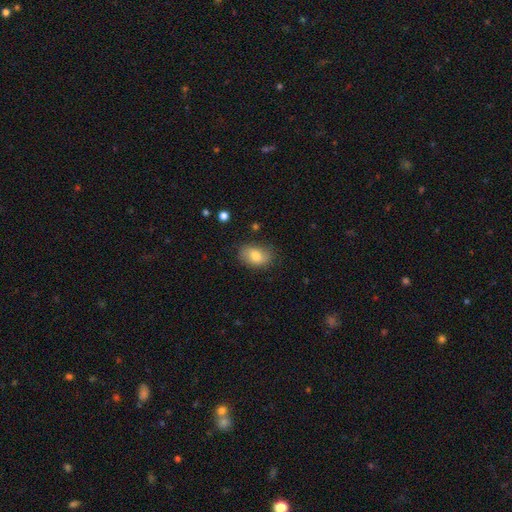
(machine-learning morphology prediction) The model was most divided on "merging": none: 76%, minor disturbance: 18%, major disturbance: 4%, merger: 2%. More confident: how rounded — in between (83%); smooth or featured — smooth (78%).